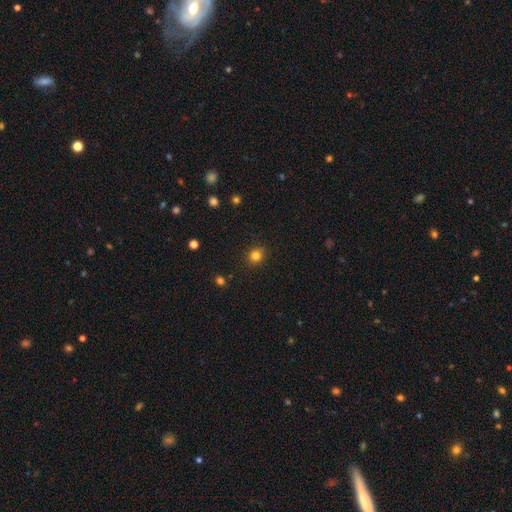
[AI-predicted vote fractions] Smooth or featured?
  - smooth: 81% *
  - star or artifact: 13%
  - featured or disk: 5%
How rounded?
  - round: 84% *
  - in between: 15%
  - cigar-shaped: 1%
Merging?
  - none: 89% *
  - minor disturbance: 7%
  - major disturbance: 2%
  - merger: 1%